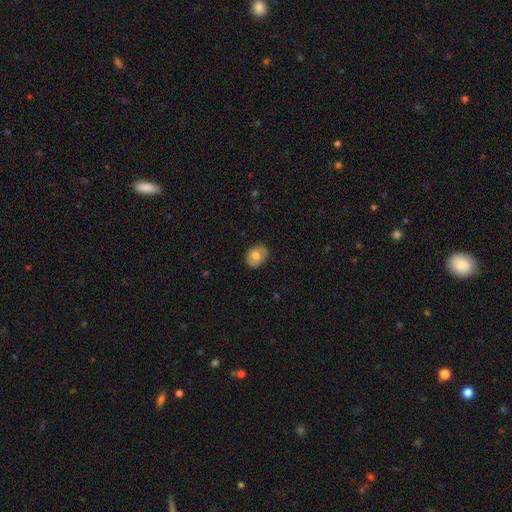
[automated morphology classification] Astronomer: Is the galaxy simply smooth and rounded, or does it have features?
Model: smooth — 70%.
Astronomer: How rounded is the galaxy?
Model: in between — 57% (runner-up: round, 42%).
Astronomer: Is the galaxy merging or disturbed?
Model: none — 81%.